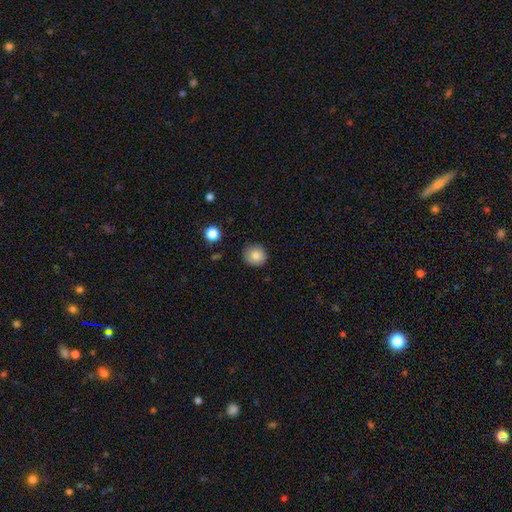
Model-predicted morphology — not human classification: Smooth or featured: smooth — 84% (star or artifact — 9%)
How rounded: round — 90% (in between — 9%)
Merging: none — 86% (minor disturbance — 11%)